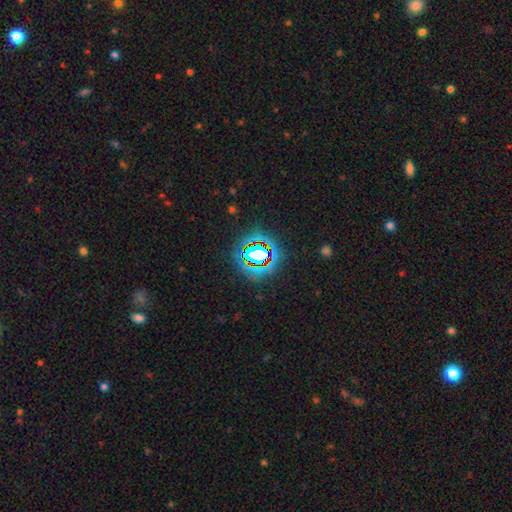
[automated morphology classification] type=star or artifact (70%).